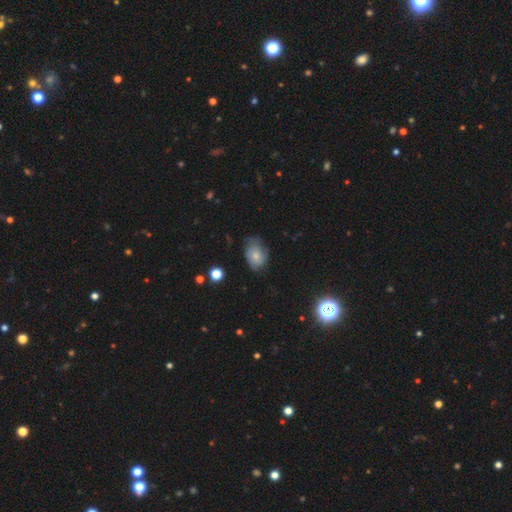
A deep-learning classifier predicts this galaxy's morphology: Smooth or featured? Predicted: smooth (p=0.60). How rounded? Predicted: in between (p=0.73). Merging? Predicted: none (p=0.51).